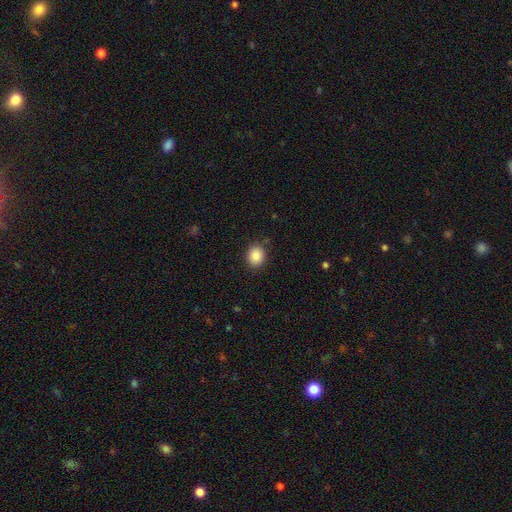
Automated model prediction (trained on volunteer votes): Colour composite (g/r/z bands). It shows a smooth galaxy with no disk features (87%) that is round (69%). Merging: none (87%).